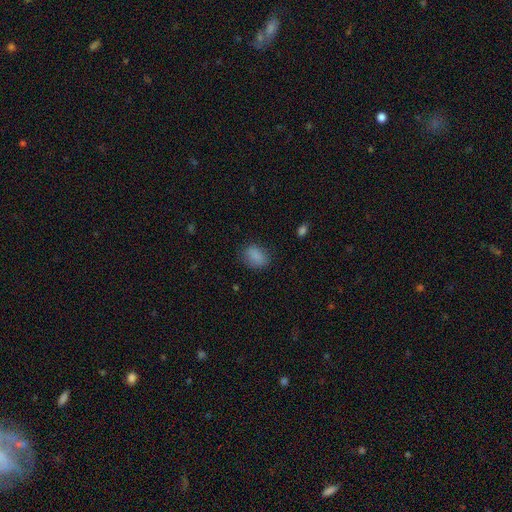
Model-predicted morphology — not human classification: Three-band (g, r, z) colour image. It shows a smooth galaxy with no disk features (86%) that is in between round and cigar-shaped (73%). Merging: none (77%).